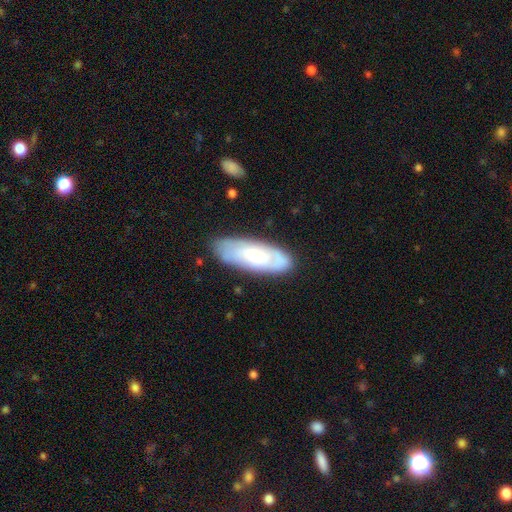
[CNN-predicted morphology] type=smooth (50%); merging=none (78%).